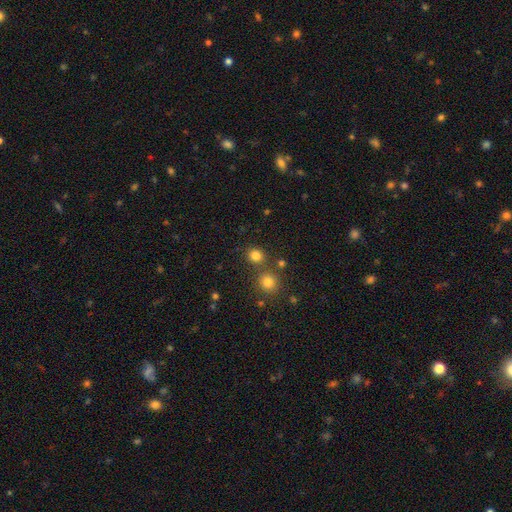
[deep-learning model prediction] A smooth galaxy with no disk features (80%) that is round (84%).

Vote fractions:
- Smooth or featured? smooth: 80% / star or artifact: 15% / featured or disk: 5%
- How rounded? round: 84% / in between: 15% / cigar-shaped: 1%
- Merging? none: 77% / merger: 13% / minor disturbance: 8% / major disturbance: 3%